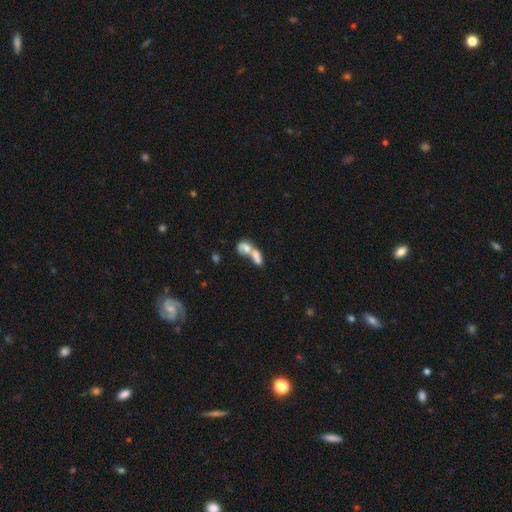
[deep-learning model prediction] smooth-or-featured: smooth: 67% | featured or disk: 23% | star or artifact: 9%
  how-rounded: in between: 74% | round: 15% | cigar-shaped: 11%
  merging: merger: 76% | none: 13% | major disturbance: 6% | minor disturbance: 5%